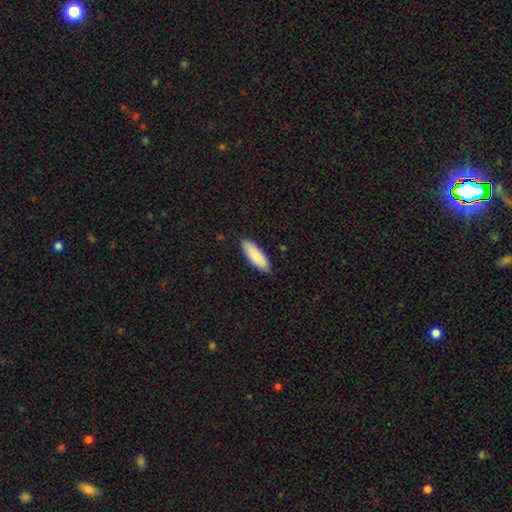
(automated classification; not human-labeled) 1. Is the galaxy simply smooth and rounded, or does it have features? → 88% smooth, 7% featured or disk, 5% star or artifact.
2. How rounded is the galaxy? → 58% in between, 40% cigar-shaped, 1% round.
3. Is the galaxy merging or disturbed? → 84% none, 13% minor disturbance, 2% major disturbance, 1% merger.